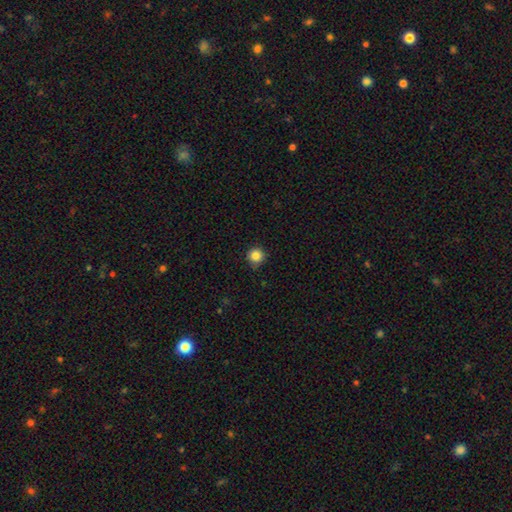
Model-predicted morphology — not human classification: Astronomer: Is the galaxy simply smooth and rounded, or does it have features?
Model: smooth — 84%.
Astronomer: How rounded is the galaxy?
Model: round — 95%.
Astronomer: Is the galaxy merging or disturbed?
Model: none — 87%.